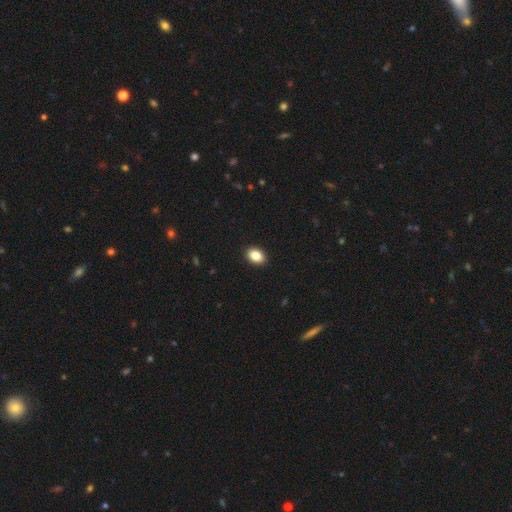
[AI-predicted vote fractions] smooth-or-featured: smooth: 86% | star or artifact: 9% | featured or disk: 5%
  how-rounded: in between: 76% | round: 23% | cigar-shaped: 1%
  merging: none: 91% | minor disturbance: 6% | major disturbance: 2% | merger: 1%